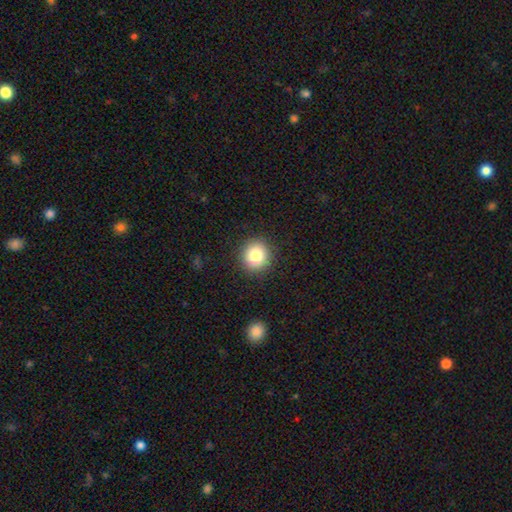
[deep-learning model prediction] smooth_or_featured: smooth (p=0.82) [alt: star or artifact p=0.10]
how_rounded: round (p=0.87) [alt: in between p=0.12]
merging: none (p=0.90) [alt: minor disturbance p=0.06]